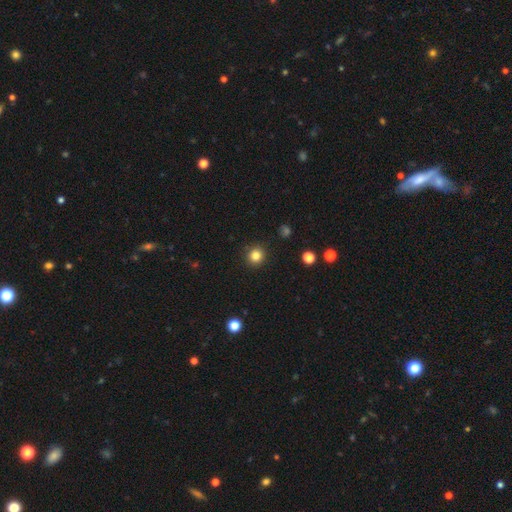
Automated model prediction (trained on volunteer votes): Overall: smooth (83%). How rounded: round (92%). Merging: none (91%).